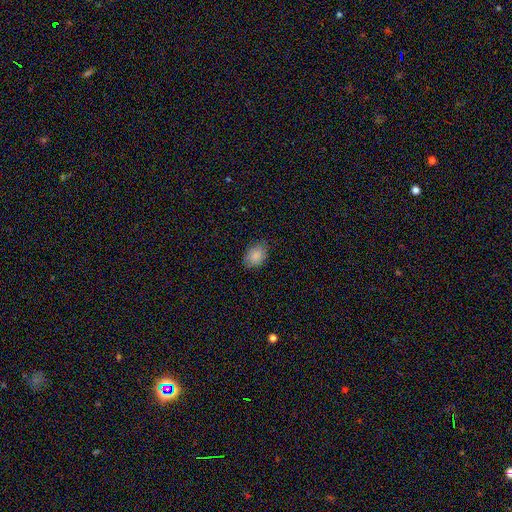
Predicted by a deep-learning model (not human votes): This is clearly a smooth galaxy (87%). How rounded: likely in between (78%). Merging: likely none (79%).